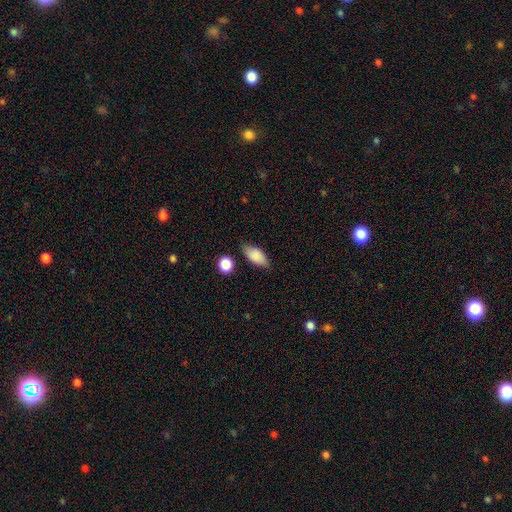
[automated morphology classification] The model was most divided on "merging": none: 73%, minor disturbance: 19%, major disturbance: 4%, merger: 4%. More confident: how rounded — in between (88%); smooth or featured — smooth (83%).